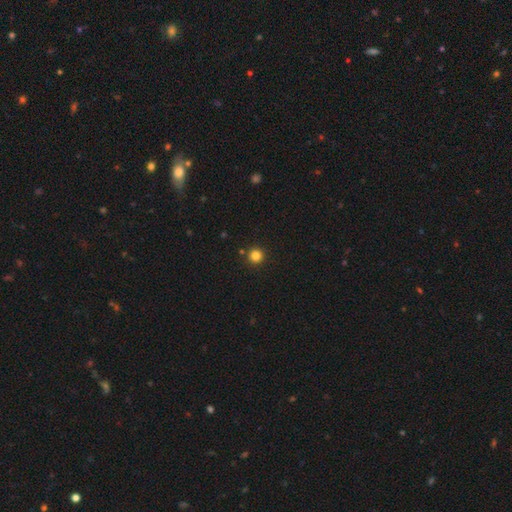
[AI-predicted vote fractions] Q: Smooth or featured?
A: smooth (83%); runner-up: star or artifact (13%)
Q: How rounded?
A: round (96%); runner-up: in between (3%)
Q: Merging?
A: none (90%); runner-up: minor disturbance (5%)